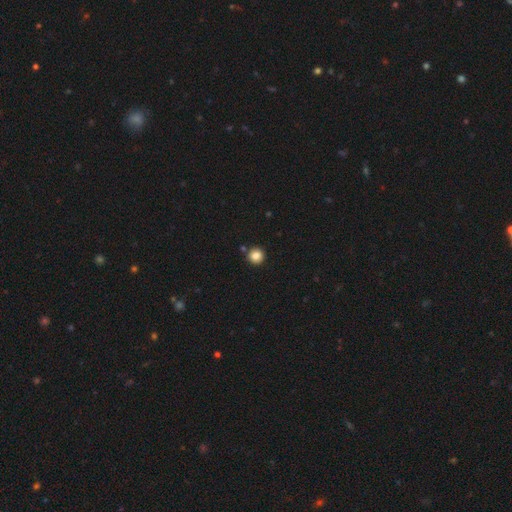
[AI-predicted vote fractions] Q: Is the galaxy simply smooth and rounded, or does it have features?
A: smooth — 85%.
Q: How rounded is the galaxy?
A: round — 94%.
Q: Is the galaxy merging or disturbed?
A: none — 88%.